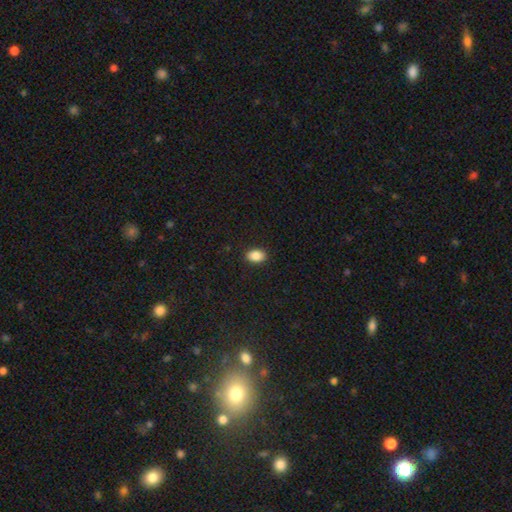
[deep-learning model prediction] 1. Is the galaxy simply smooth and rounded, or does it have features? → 88% smooth, 8% star or artifact, 3% featured or disk.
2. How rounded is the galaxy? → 86% in between, 13% round, 1% cigar-shaped.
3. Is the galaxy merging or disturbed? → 89% none, 8% minor disturbance, 2% major disturbance, 1% merger.